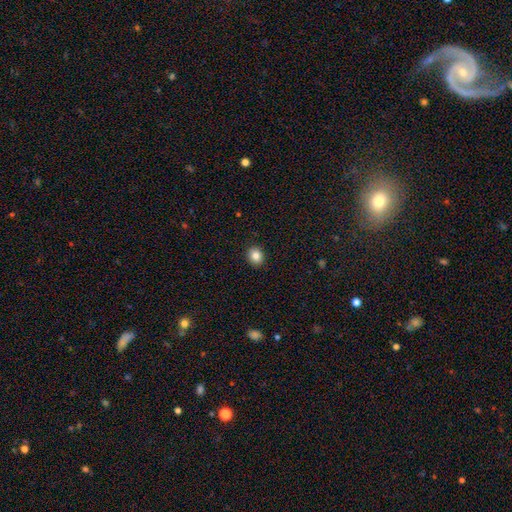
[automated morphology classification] smooth-or-featured: smooth: 84% | star or artifact: 10% | featured or disk: 6%
  how-rounded: round: 64% | in between: 35% | cigar-shaped: 1%
  merging: none: 92% | minor disturbance: 6% | major disturbance: 2% | merger: 1%